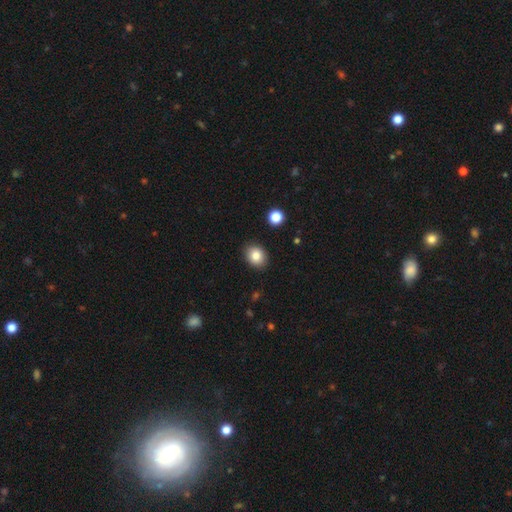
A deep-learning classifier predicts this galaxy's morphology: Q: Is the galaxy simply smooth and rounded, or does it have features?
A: smooth — 84%.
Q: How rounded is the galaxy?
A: in between — 51%.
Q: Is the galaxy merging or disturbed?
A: none — 89%.